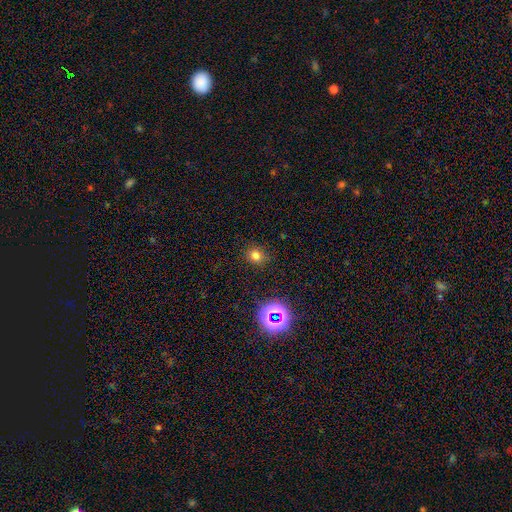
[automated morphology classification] Smooth or featured: smooth — 73% (star or artifact — 21%)
How rounded: round — 73% (in between — 26%)
Merging: none — 86% (minor disturbance — 9%)